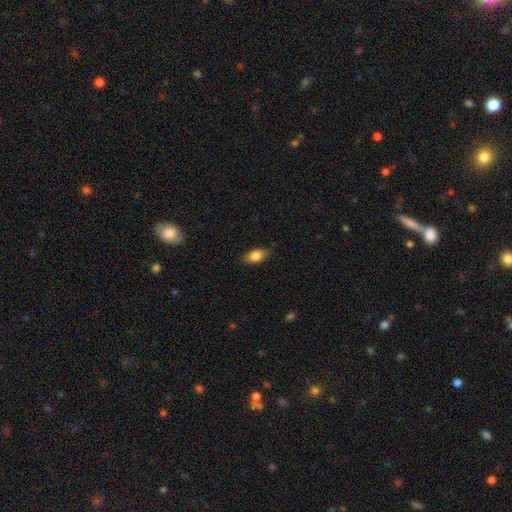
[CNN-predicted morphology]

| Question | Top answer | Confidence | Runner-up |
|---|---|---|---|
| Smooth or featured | smooth | 81% | featured or disk (12%) |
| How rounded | in between | 87% | cigar-shaped (8%) |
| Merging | none | 81% | minor disturbance (15%) |